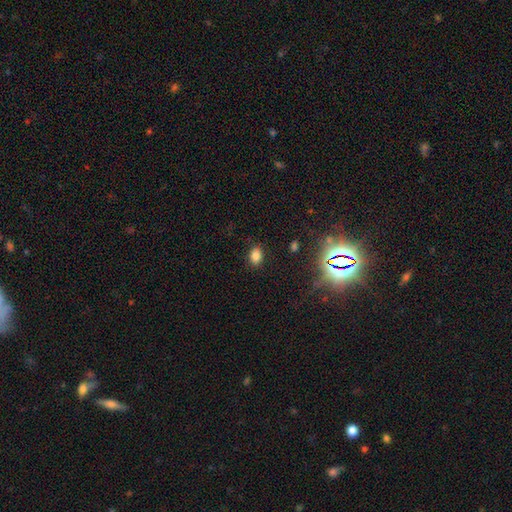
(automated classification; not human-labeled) This is clearly a smooth galaxy (81%). How rounded: likely in between (72%). Merging: clearly none (86%).